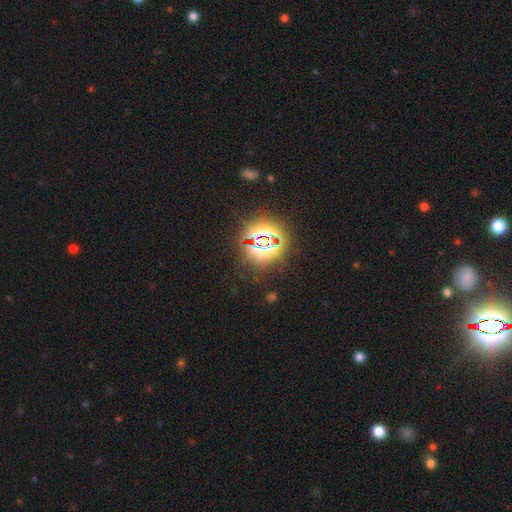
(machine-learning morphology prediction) Smooth or featured? star or artifact (85%)